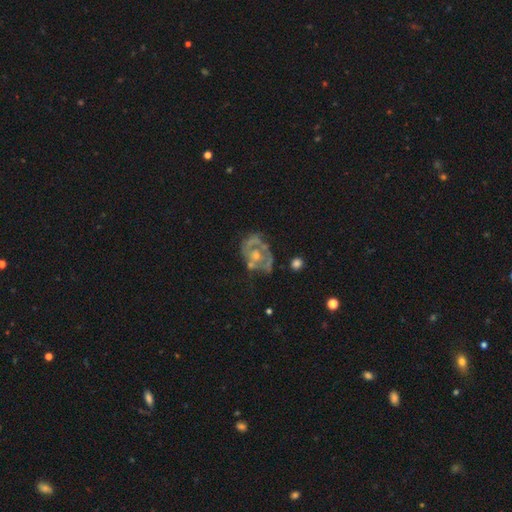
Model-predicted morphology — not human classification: smooth-or-featured: featured or disk: 74% | smooth: 16% | star or artifact: 10%
  disk-edge-on: no: 97% | yes: 3%
    bar: no: 81% | weak: 15% | strong: 4%
    has-spiral-arms: yes: 50% (tied) | no: 50% (tied)
    bulge-size: moderate: 52% | small: 38% | none: 5% | large: 3% | dominant: 1%
  merging: none: 50% | minor disturbance: 22% | major disturbance: 20% | merger: 8%